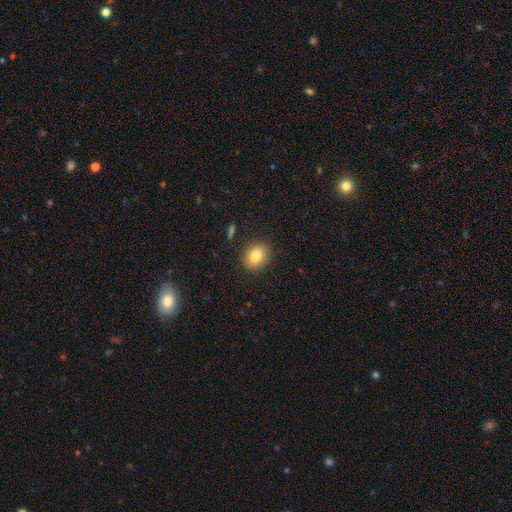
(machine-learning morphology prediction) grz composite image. It shows a smooth galaxy with no disk features (82%) that is in between round and cigar-shaped (51%). Merging: none (87%).